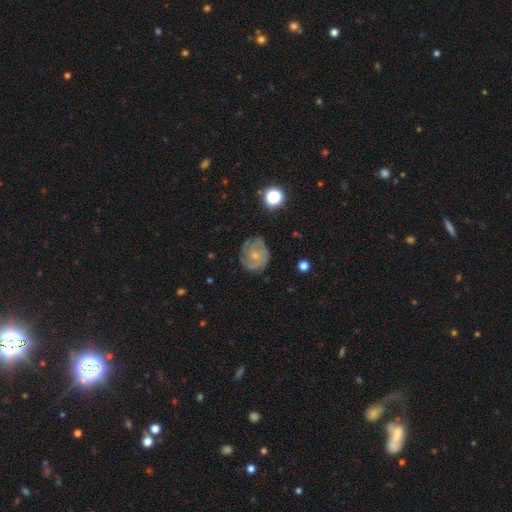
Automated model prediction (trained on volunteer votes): The model was most divided on "spiral arm count": can't tell: 36%, 3: 24%, 2: 18%, 4: 11%, 1: 6%, more than 4: 5%. More confident: edge-on disk — no (98%); spiral arms — yes (87%); bar — no (80%); bulge size — small (74%); merging — none (72%); smooth or featured — featured or disk (66%); spiral winding — tight (59%).